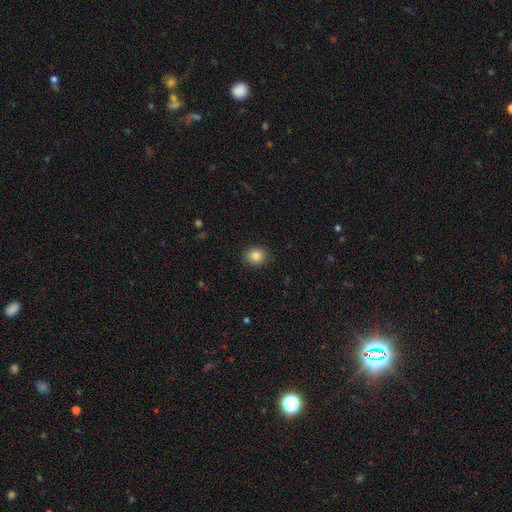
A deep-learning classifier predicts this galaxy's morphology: Q: Smooth or featured?
A: smooth (83%); runner-up: star or artifact (10%)
Q: How rounded?
A: round (74%); runner-up: in between (25%)
Q: Merging?
A: none (89%); runner-up: minor disturbance (8%)